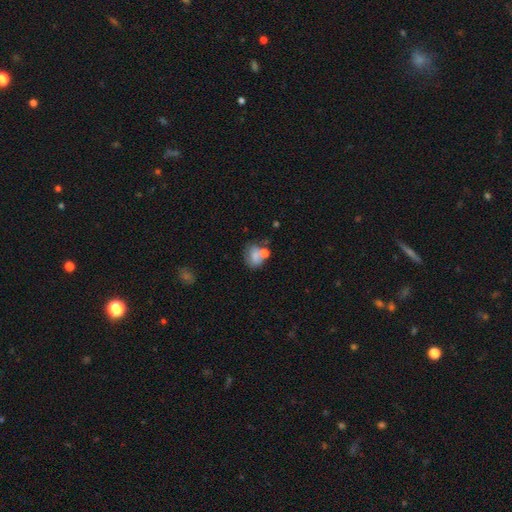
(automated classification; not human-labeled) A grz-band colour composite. It shows a smooth galaxy with no disk features (69%) that is in between round and cigar-shaped (51%). Merging: none (40%).